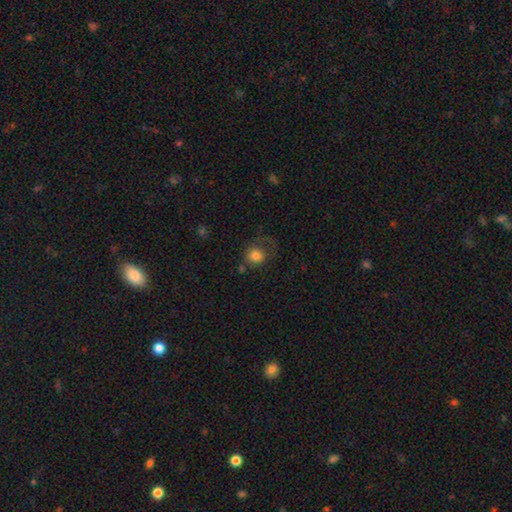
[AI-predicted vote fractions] Morphology: type=smooth (80%); roundness=round (82%); merging=none (53%).